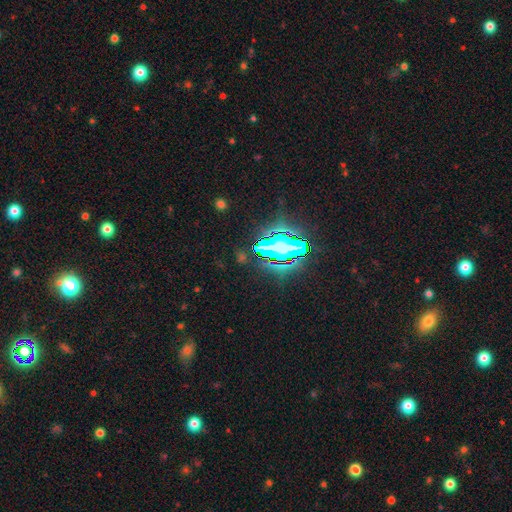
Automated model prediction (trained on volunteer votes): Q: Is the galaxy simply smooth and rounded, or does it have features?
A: star or artifact — 83%.